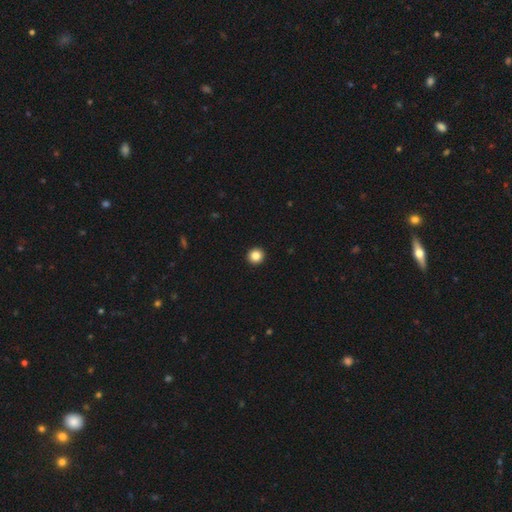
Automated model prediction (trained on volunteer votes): Smooth or featured? Predicted: smooth (p=0.85). How rounded? Predicted: round (p=0.95). Merging? Predicted: none (p=0.94).